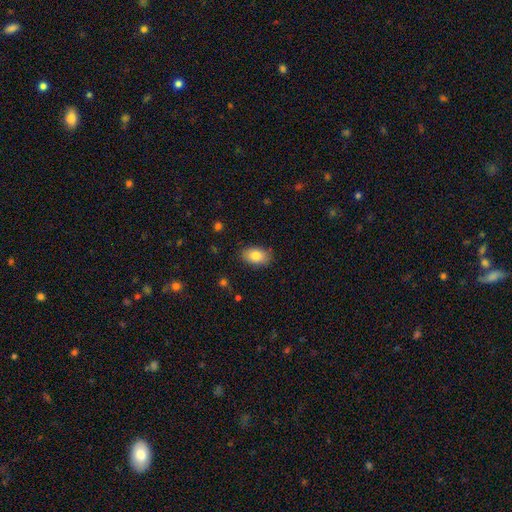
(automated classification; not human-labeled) Smooth or featured? Predicted: smooth (p=0.82). How rounded? Predicted: in between (p=0.90). Merging? Predicted: none (p=0.86).